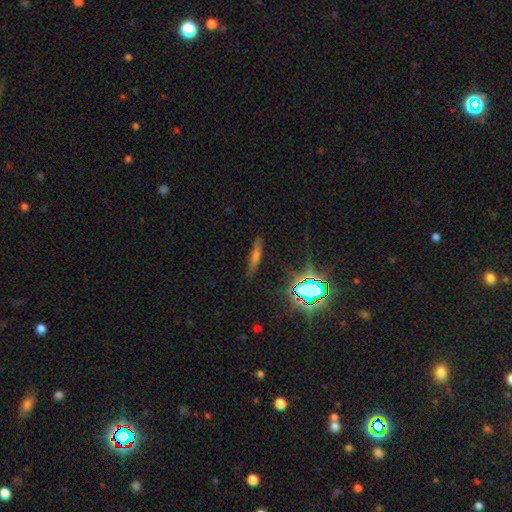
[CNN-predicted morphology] This is possibly a smooth galaxy (47%). Merging: clearly none (84%).